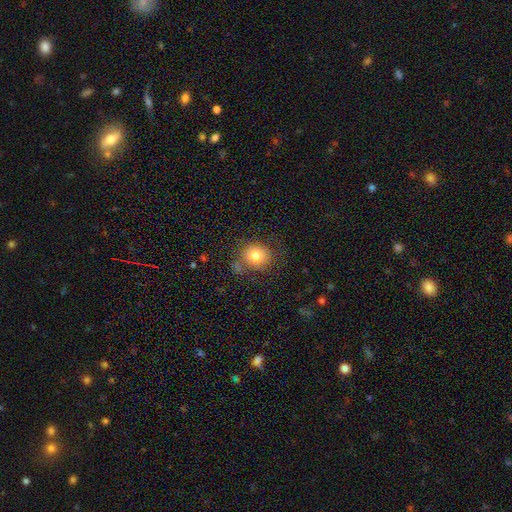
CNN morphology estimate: A smooth galaxy with no disk features (78%) that is round (79%).

Vote fractions:
- Smooth or featured? smooth: 78% / featured or disk: 11% / star or artifact: 11%
- How rounded? round: 79% / in between: 20% / cigar-shaped: 1%
- Merging? none: 71% / minor disturbance: 16% / major disturbance: 6% / merger: 6%